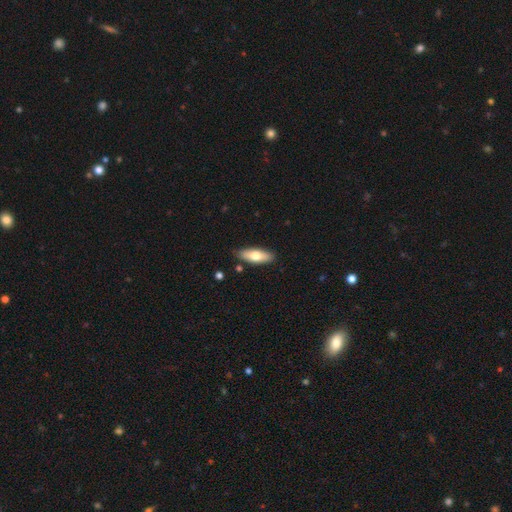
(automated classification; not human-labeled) Smooth or featured: smooth — 69% (featured or disk — 26%)
How rounded: in between — 67% (cigar-shaped — 30%)
Merging: none — 86% (minor disturbance — 10%)